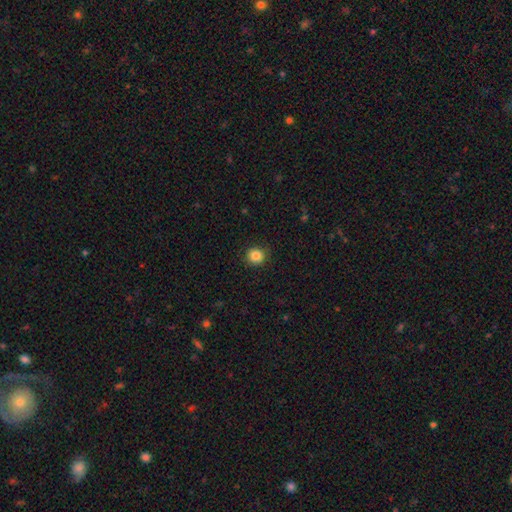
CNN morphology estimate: Smooth or featured? smooth (85%)
How rounded? round (91%)
Merging? none (90%)